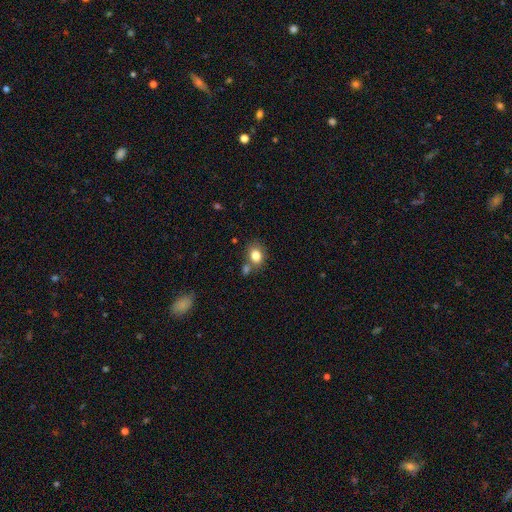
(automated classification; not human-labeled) A smooth galaxy with no disk features (81%) that is round (51%).

Vote fractions:
- Smooth or featured? smooth: 81% / star or artifact: 10% / featured or disk: 9%
- How rounded? round: 51% / in between: 48% / cigar-shaped: 1%
- Merging? none: 59% / merger: 22% / minor disturbance: 14% / major disturbance: 5%